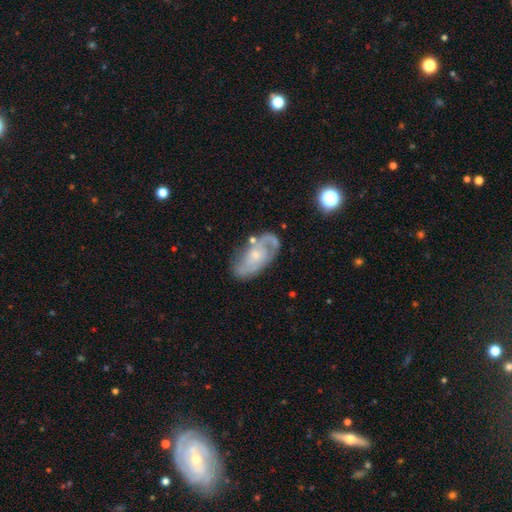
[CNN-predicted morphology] type=featured or disk (80%); edge-on=no (96%); bar=no (65%); spiral arms=yes (92%); winding=medium (48%); arm count=2 (78%); bulge=small (66%); merging=none (69%).